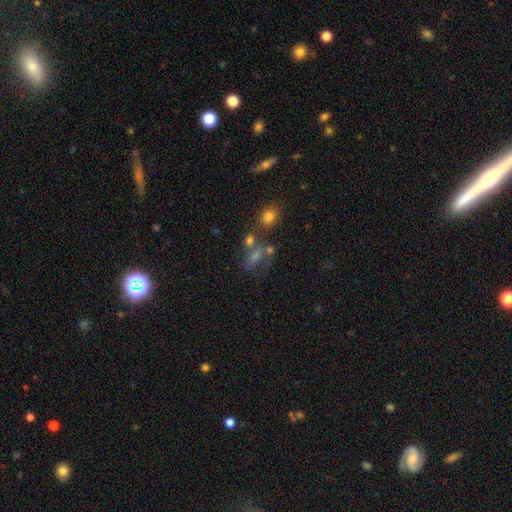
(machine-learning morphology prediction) Smooth or featured?
  - smooth: 39% *
  - featured or disk: 33%
  - star or artifact: 28%
Merging?
  - none: 42% *
  - merger: 26%
  - major disturbance: 16%
  - minor disturbance: 16%